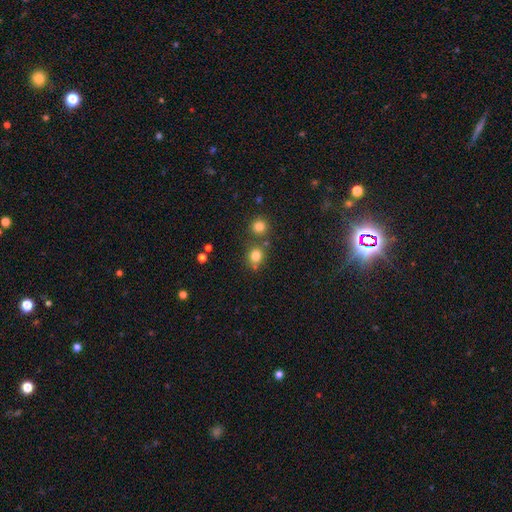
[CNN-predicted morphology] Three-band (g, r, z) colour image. It shows a smooth galaxy with no disk features (79%) that is round (79%). Merging: none (68%).